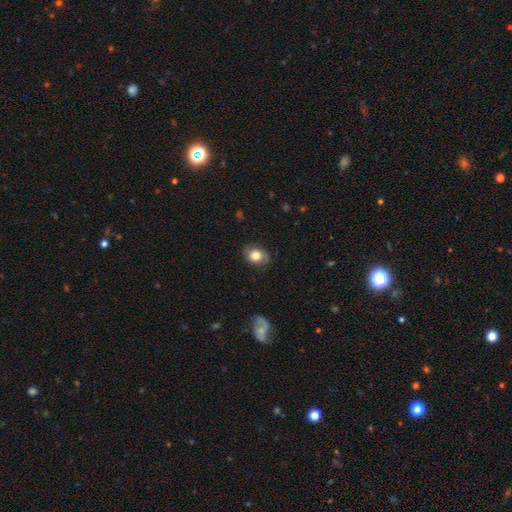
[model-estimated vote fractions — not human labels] Morphology: type=smooth (76%); roundness=in between (66%); merging=none (80%).